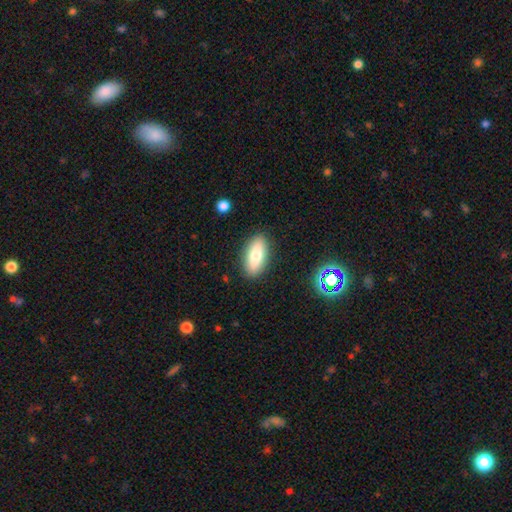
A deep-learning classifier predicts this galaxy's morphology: A smooth galaxy with no disk features (75%) that is in between round and cigar-shaped (81%).

Vote fractions:
- Smooth or featured? smooth: 75% / featured or disk: 17% / star or artifact: 8%
- How rounded? in between: 81% / cigar-shaped: 16% / round: 3%
- Merging? none: 87% / minor disturbance: 9% / major disturbance: 2% / merger: 1%